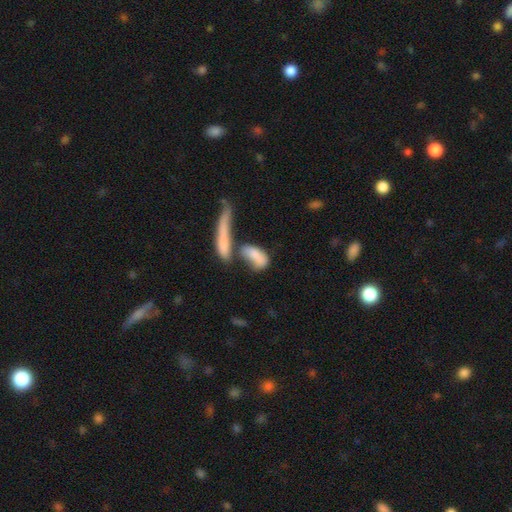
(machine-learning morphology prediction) smooth-or-featured: smooth: 75% | featured or disk: 17% | star or artifact: 8%
  how-rounded: in between: 68% | cigar-shaped: 27% | round: 5%
  merging: merger: 41% | none: 30% | minor disturbance: 17% | major disturbance: 13%